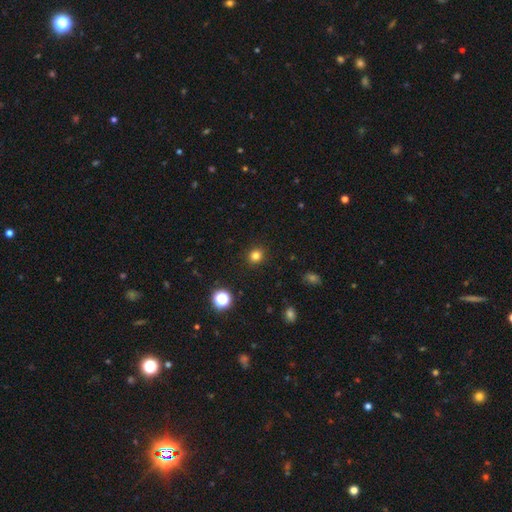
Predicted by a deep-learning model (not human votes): Smooth or featured? Predicted: smooth (p=0.80). How rounded? Predicted: round (p=0.84). Merging? Predicted: none (p=0.90).